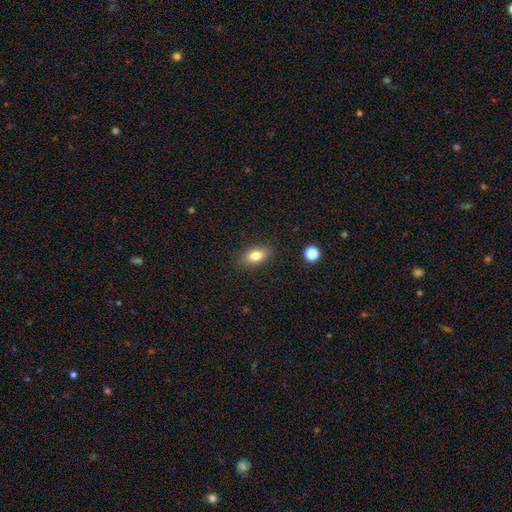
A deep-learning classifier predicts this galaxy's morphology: Smooth or featured? smooth (80%)
How rounded? in between (84%)
Merging? none (85%)